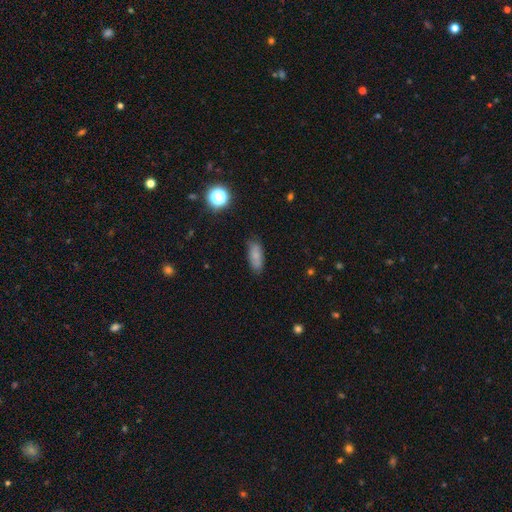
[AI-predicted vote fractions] smooth_or_featured: smooth (p=0.78) [alt: featured or disk p=0.13]
how_rounded: in between (p=0.80) [alt: cigar-shaped p=0.17]
merging: none (p=0.78) [alt: minor disturbance p=0.17]